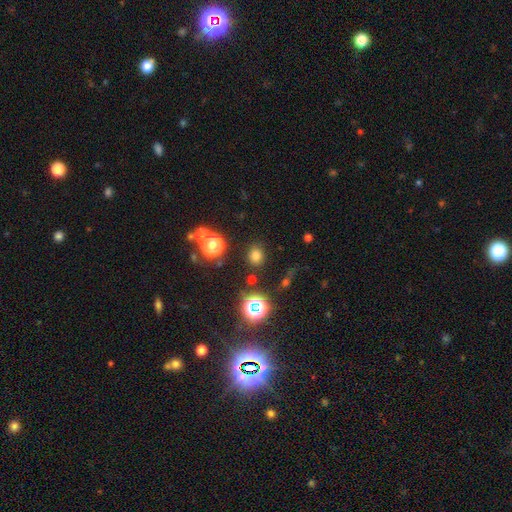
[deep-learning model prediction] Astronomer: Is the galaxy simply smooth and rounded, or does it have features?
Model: smooth — 72%.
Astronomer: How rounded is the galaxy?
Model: round — 72%.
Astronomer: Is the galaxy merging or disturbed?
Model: none — 84%.